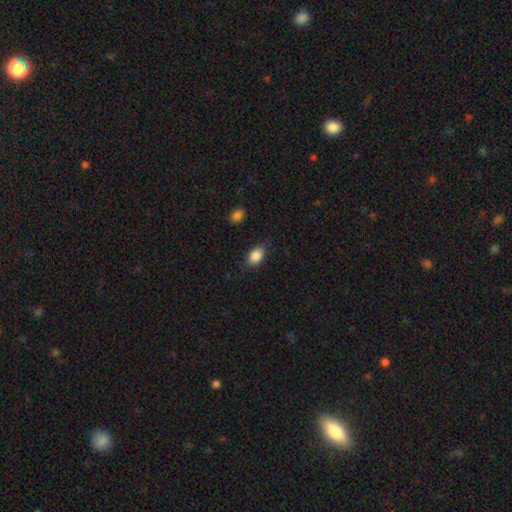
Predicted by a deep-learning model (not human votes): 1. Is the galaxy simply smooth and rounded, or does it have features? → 87% smooth, 8% star or artifact, 5% featured or disk.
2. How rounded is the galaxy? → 83% in between, 15% round, 2% cigar-shaped.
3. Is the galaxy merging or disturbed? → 79% none, 15% minor disturbance, 4% major disturbance, 1% merger.